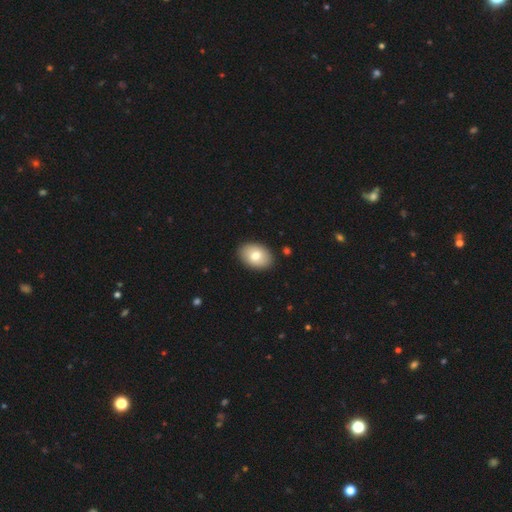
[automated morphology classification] Smooth or featured?
  - smooth: 78% *
  - featured or disk: 16%
  - star or artifact: 6%
How rounded?
  - in between: 85% *
  - round: 14%
  - cigar-shaped: 1%
Merging?
  - none: 89% *
  - minor disturbance: 8%
  - major disturbance: 2%
  - merger: 1%